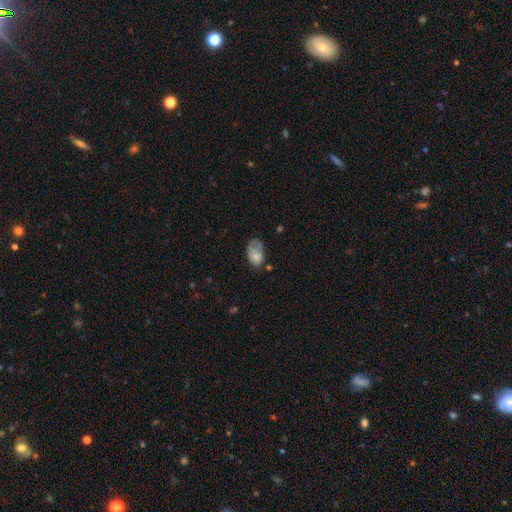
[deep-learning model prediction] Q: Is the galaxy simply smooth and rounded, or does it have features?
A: smooth — 73%.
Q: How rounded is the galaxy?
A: in between — 88%.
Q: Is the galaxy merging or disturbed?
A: minor disturbance — 39%.